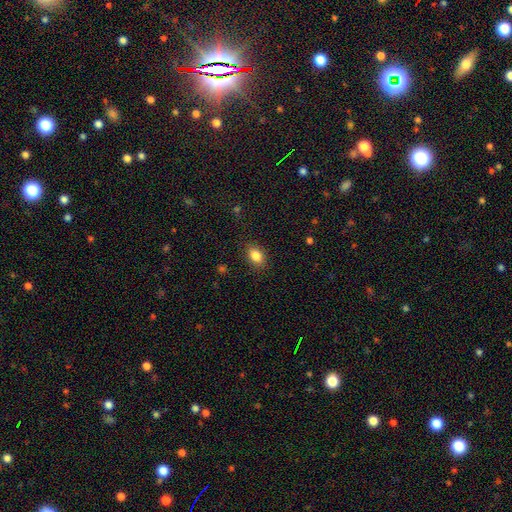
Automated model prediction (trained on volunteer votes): smooth-or-featured: smooth: 85% | star or artifact: 9% | featured or disk: 6%
  how-rounded: in between: 79% | round: 19% | cigar-shaped: 1%
  merging: none: 86% | minor disturbance: 10% | major disturbance: 3% | merger: 1%